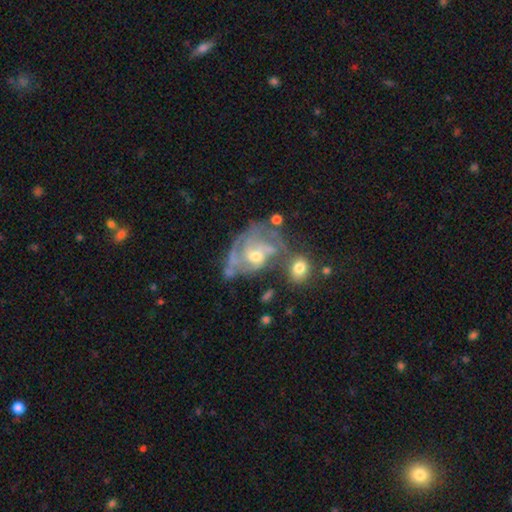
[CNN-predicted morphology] This appears to be a featured or disk galaxy (81%) with no bar (62%), tight (42%, tied with medium) spiral arms (86%) and a moderate central bulge (50%). Merging: none (35%).